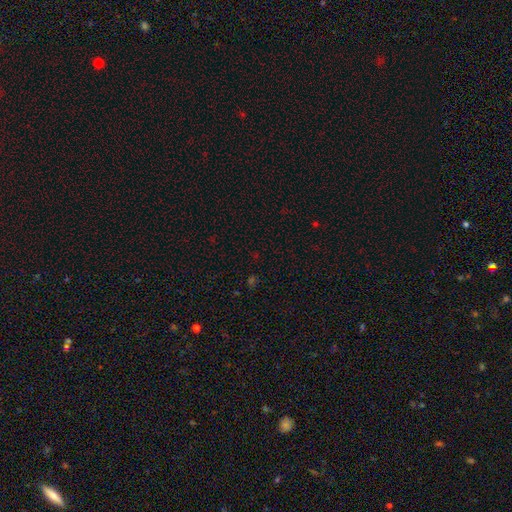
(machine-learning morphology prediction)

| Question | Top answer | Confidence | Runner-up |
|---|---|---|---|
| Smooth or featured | star or artifact | 60% | smooth (33%) |